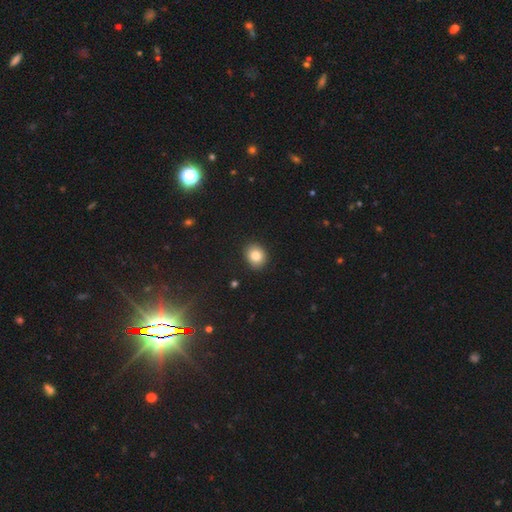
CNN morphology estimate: Overall: smooth (84%). How rounded: round (64%; in between 35%). Merging: none (88%).